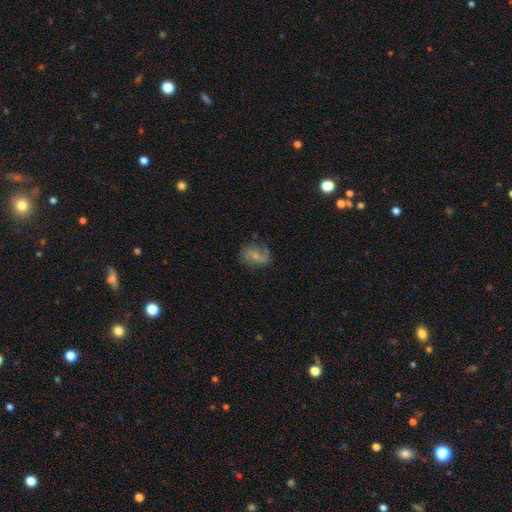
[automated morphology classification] Smooth or featured? featured or disk (50%)
Merging? none (63%)